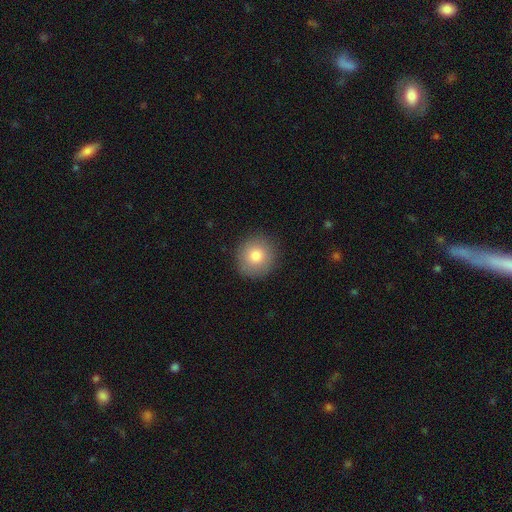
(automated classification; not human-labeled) Q: Smooth or featured?
A: smooth (81%); runner-up: featured or disk (10%)
Q: How rounded?
A: round (93%); runner-up: in between (6%)
Q: Merging?
A: none (90%); runner-up: minor disturbance (7%)